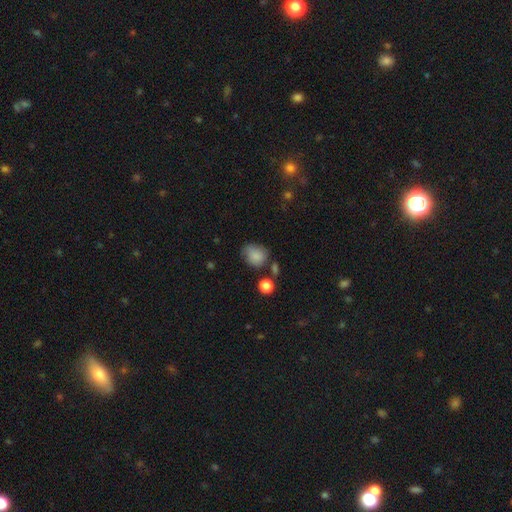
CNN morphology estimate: A smooth galaxy with no disk features (83%) that is round (56%).

Vote fractions:
- Smooth or featured? smooth: 83% / star or artifact: 10% / featured or disk: 7%
- How rounded? round: 56% / in between: 43% / cigar-shaped: 1%
- Merging? none: 54% / minor disturbance: 30% / major disturbance: 9% / merger: 7%